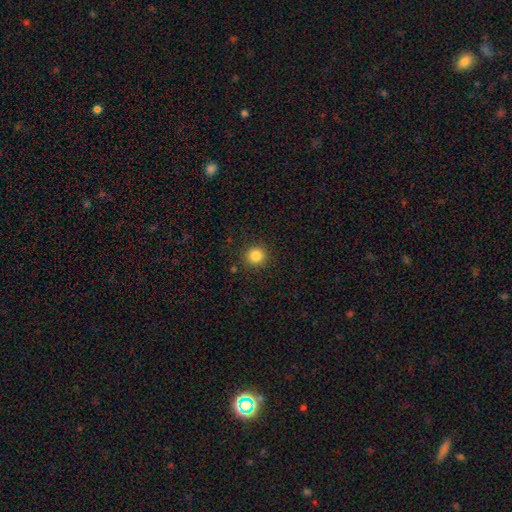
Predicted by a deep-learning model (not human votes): This appears to be a smooth galaxy with no disk features (85%) that is round (92%). Merging: none (90%).